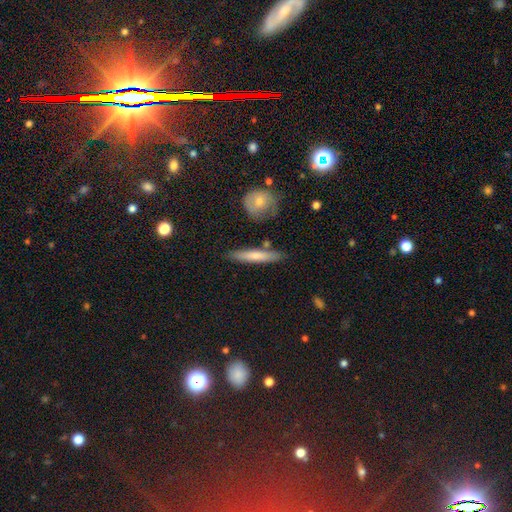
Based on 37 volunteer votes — smooth_or_featured: smooth (p=0.62) [alt: featured or disk p=0.32]
how_rounded: cigar-shaped (p=0.83) [alt: in between p=0.17]
merging: none (p=0.89) [alt: minor disturbance p=0.09]